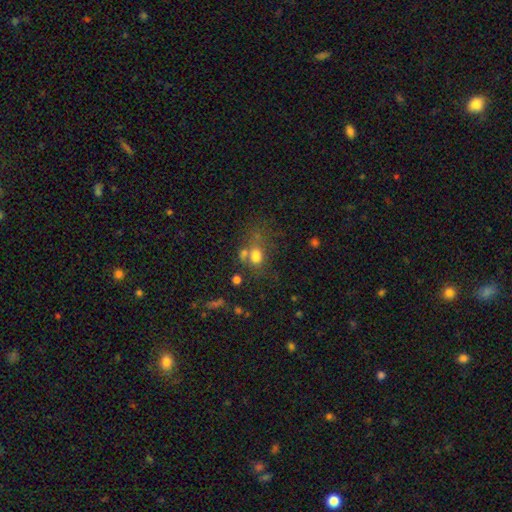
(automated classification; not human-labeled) Q: Smooth or featured?
A: smooth (67%); runner-up: star or artifact (17%)
Q: How rounded?
A: in between (57%); runner-up: round (41%)
Q: Merging?
A: none (37%); runner-up: merger (31%)